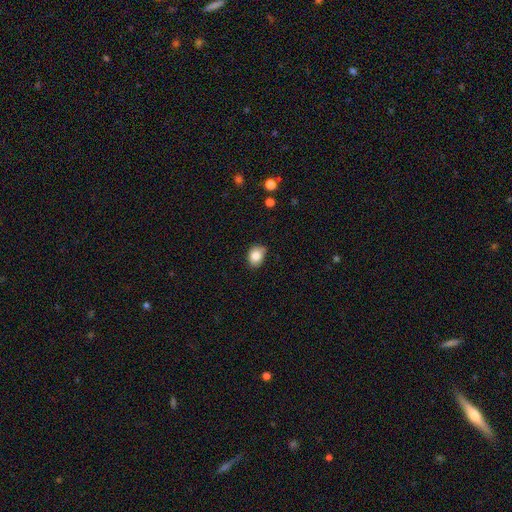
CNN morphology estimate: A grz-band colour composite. It shows a smooth galaxy with no disk features (85%) that is in between round and cigar-shaped (61%). Merging: none (67%).